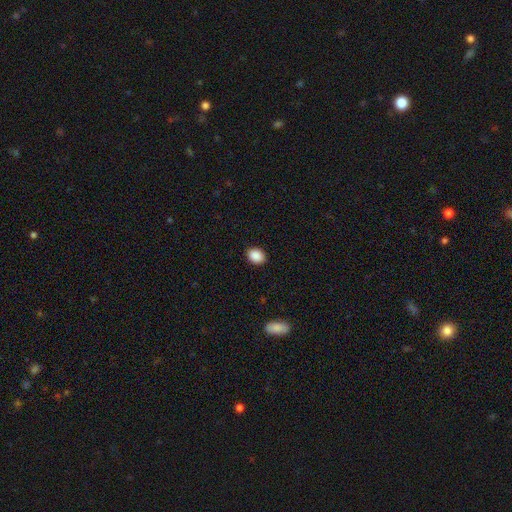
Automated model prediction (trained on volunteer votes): smooth 89%, star or artifact 8%, featured or disk 3%. Down the decision tree: how rounded — in between (61%); merging — none (90%).